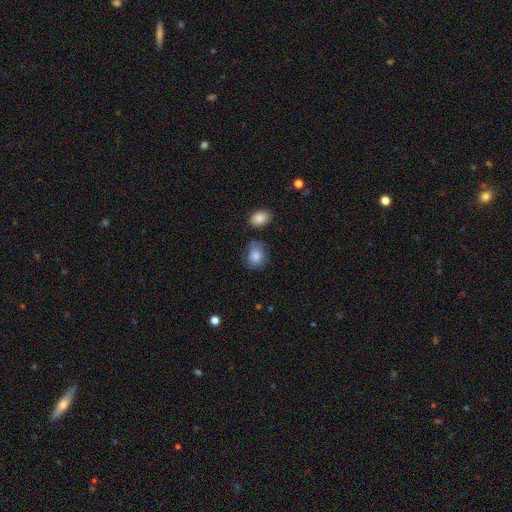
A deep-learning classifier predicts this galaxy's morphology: This appears to be a smooth galaxy with no disk features (78%) that is round (59%). Merging: none (59%).